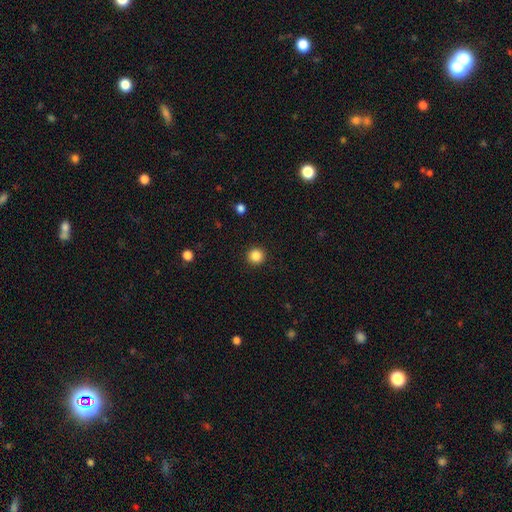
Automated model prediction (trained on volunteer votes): smooth 86%, star or artifact 11%, featured or disk 4%. Down the decision tree: how rounded — round (95%); merging — none (93%).